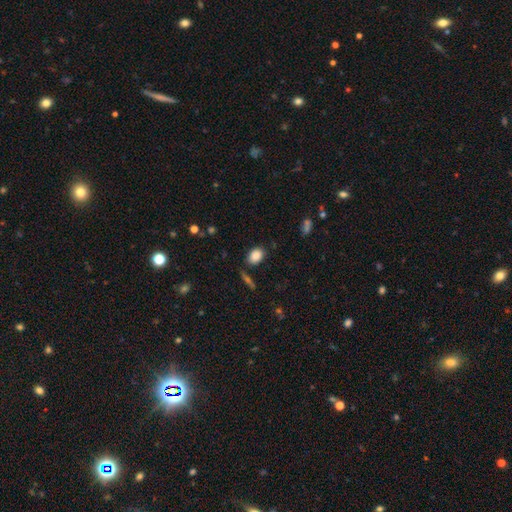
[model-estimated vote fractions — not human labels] A smooth galaxy with no disk features (86%) that is in between round and cigar-shaped (79%). Merging: none (80%).